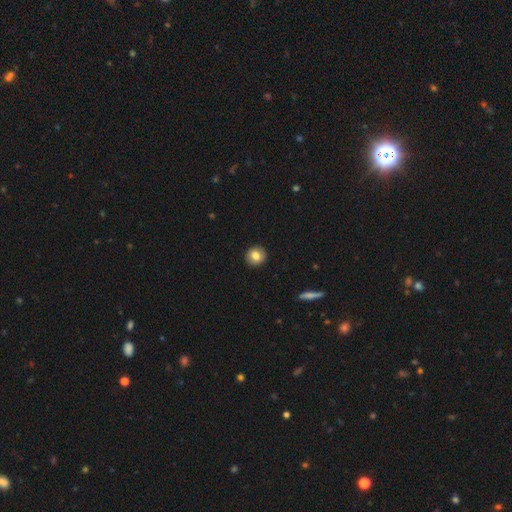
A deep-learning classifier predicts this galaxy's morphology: Smooth or featured: smooth — 80% (featured or disk — 11%)
How rounded: round — 90% (in between — 9%)
Merging: none — 92% (minor disturbance — 6%)